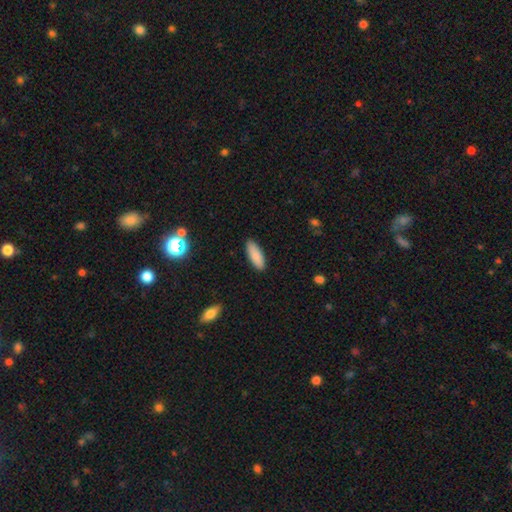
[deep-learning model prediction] Smooth or featured? smooth (87%)
How rounded? in between (65%)
Merging? none (89%)